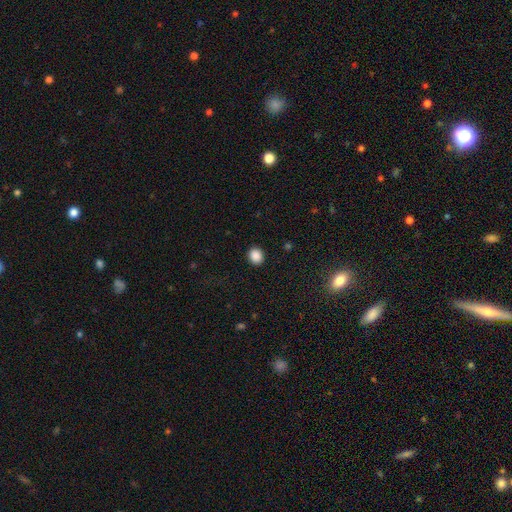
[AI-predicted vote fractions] This is clearly a smooth galaxy (89%). How rounded: likely round (68%). Merging: clearly none (91%).